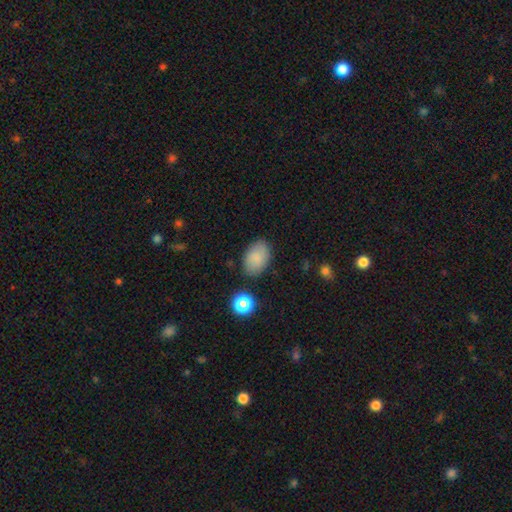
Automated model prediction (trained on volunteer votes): smooth 85%, star or artifact 9%, featured or disk 7%. Down the decision tree: how rounded — in between (90%); merging — none (84%).